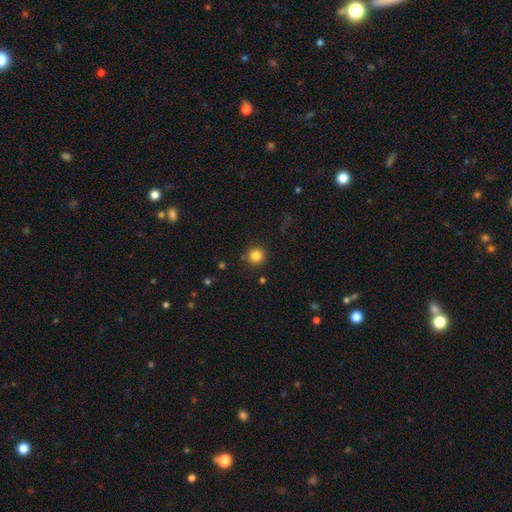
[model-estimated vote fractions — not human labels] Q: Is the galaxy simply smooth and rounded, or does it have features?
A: smooth — 83%.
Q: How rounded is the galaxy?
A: round — 95%.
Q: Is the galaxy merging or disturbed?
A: none — 89%.